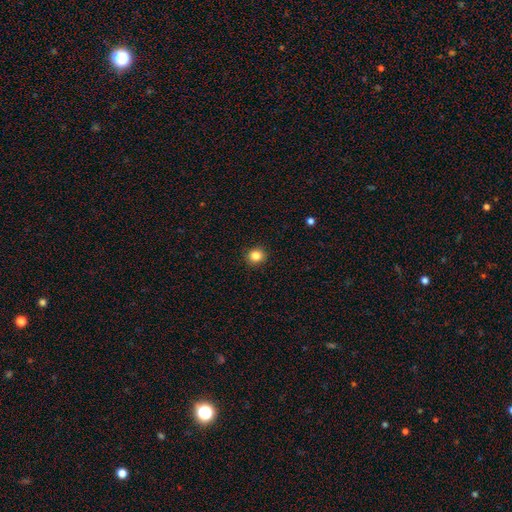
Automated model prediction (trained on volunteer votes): smooth_or_featured: smooth (p=0.84) [alt: star or artifact p=0.11]
how_rounded: round (p=0.85) [alt: in between p=0.14]
merging: none (p=0.92) [alt: minor disturbance p=0.06]